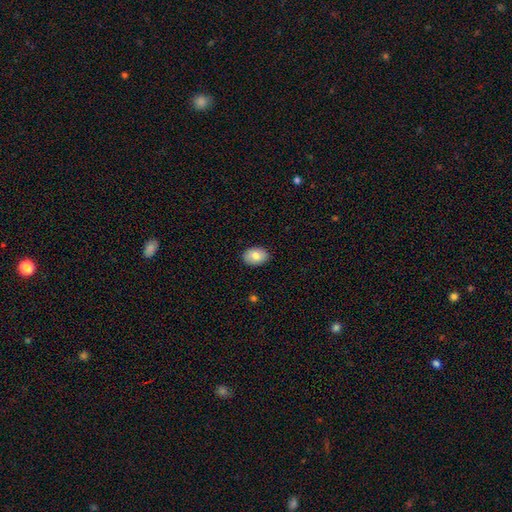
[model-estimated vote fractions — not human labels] Overall: smooth (79%). How rounded: in between (79%). Merging: none (88%).